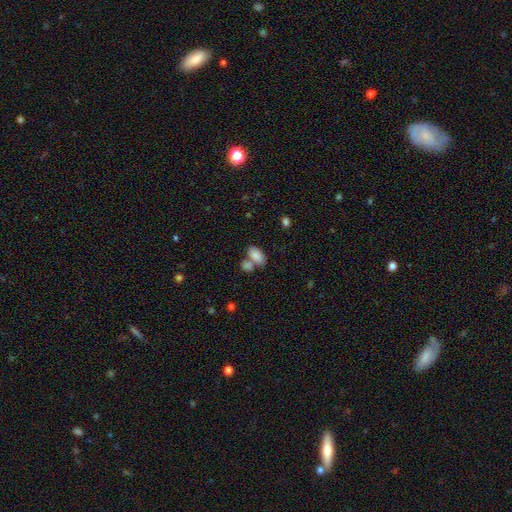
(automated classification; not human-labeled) Smooth or featured?
  - smooth: 84% *
  - star or artifact: 8%
  - featured or disk: 8%
How rounded?
  - in between: 92% *
  - round: 6%
  - cigar-shaped: 2%
Merging?
  - merger: 44% *
  - none: 40%
  - minor disturbance: 11%
  - major disturbance: 4%